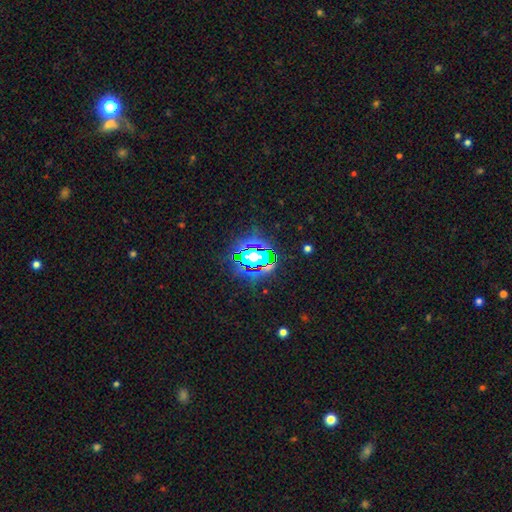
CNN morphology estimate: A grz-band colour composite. It shows a star or artifact, not a galaxy (61%).